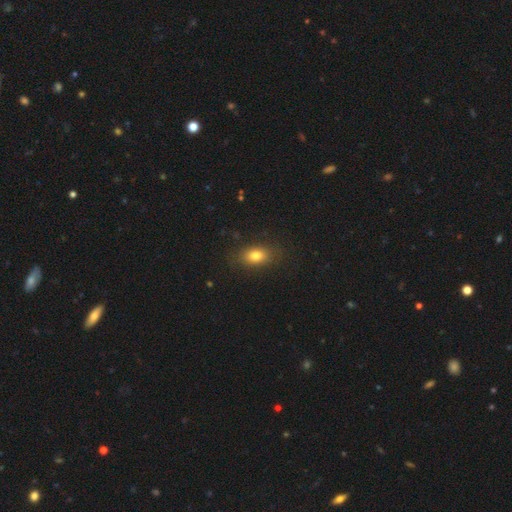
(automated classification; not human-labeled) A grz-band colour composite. It shows a smooth galaxy with no disk features (79%) that is in between round and cigar-shaped (80%). Merging: none (85%).